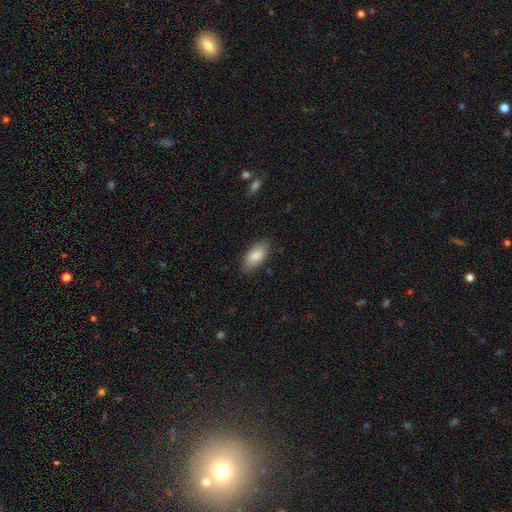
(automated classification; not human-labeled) This is clearly a smooth galaxy (85%). How rounded: clearly in between (91%). Merging: clearly none (82%).